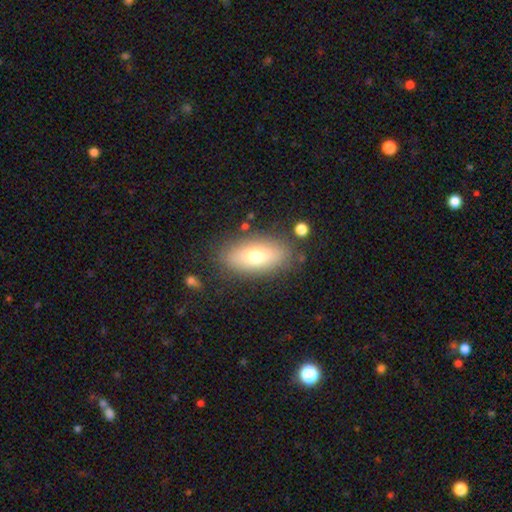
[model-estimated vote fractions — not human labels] smooth_or_featured: smooth (p=0.70) [alt: featured or disk p=0.22]
how_rounded: in between (p=0.86) [alt: cigar-shaped p=0.10]
merging: none (p=0.82) [alt: minor disturbance p=0.12]